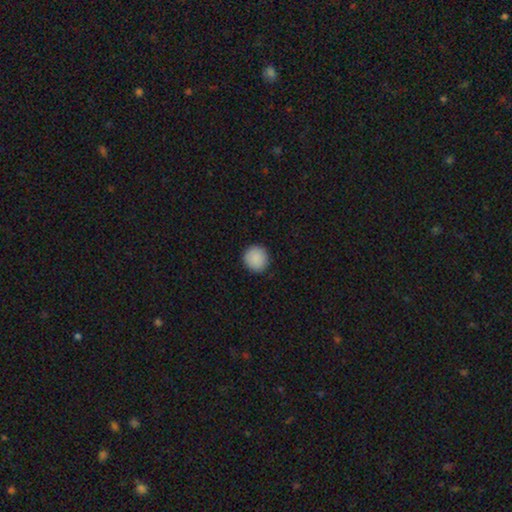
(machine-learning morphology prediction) A smooth galaxy with no disk features (90%) that is round (92%). Merging: none (91%).